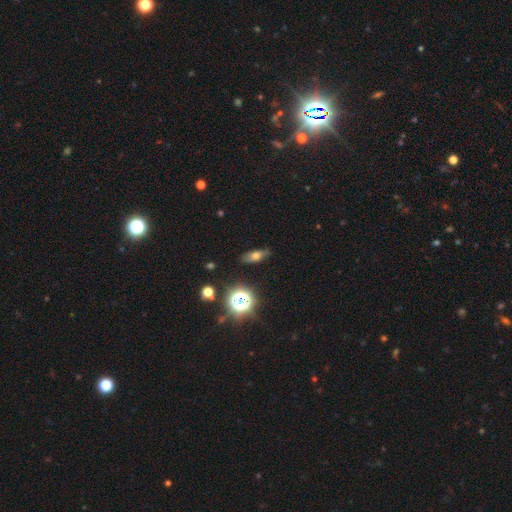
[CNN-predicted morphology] Overall: smooth (59%; featured or disk 23%). How rounded: in between (62%; cigar-shaped 27%). Merging: none (80%).